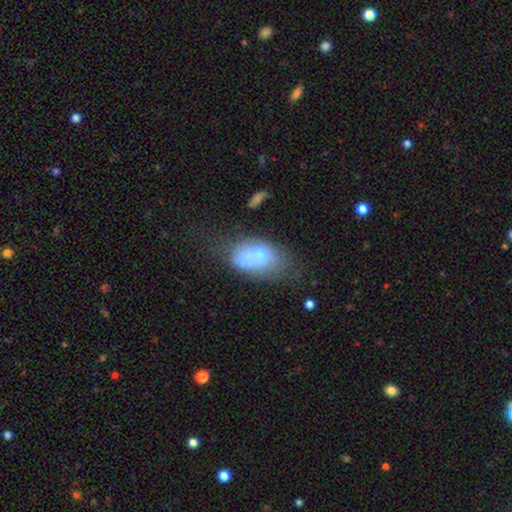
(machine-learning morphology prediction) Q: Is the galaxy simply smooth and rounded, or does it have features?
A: smooth — 66%.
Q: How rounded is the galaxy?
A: in between — 89%.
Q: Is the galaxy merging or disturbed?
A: none — 35%.